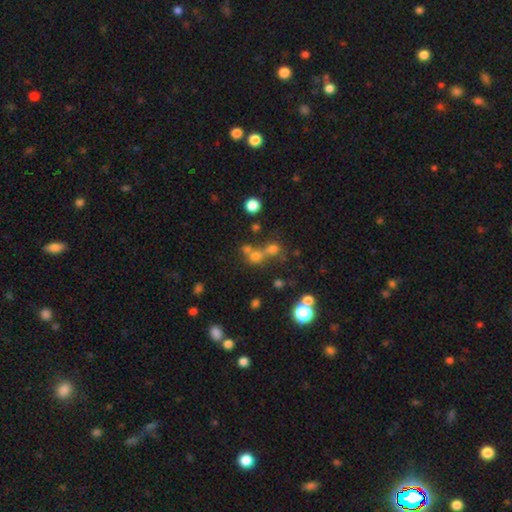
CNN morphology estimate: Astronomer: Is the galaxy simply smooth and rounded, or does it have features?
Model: smooth — 54% (runner-up: star or artifact, 30%).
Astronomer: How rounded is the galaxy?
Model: round — 83%.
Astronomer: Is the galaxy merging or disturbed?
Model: merger — 44% (runner-up: none, 43%).